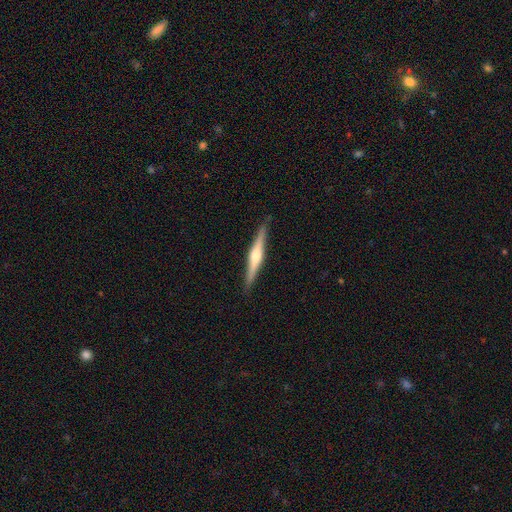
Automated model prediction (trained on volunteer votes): Smooth or featured? Predicted: featured or disk (p=0.73). Edge-on disk? Predicted: yes (p=0.98). Edge-on bulge? Predicted: rounded (p=0.87). Merging? Predicted: none (p=0.90).